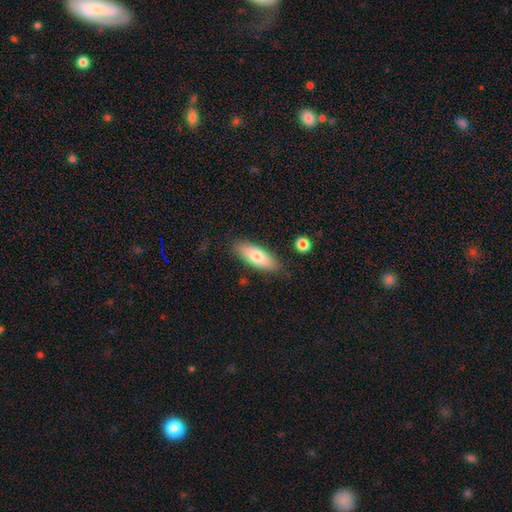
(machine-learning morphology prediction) The model was most divided on "how rounded": in between: 62%, cigar-shaped: 35%, round: 3%. More confident: merging — none (85%); smooth or featured — smooth (71%).